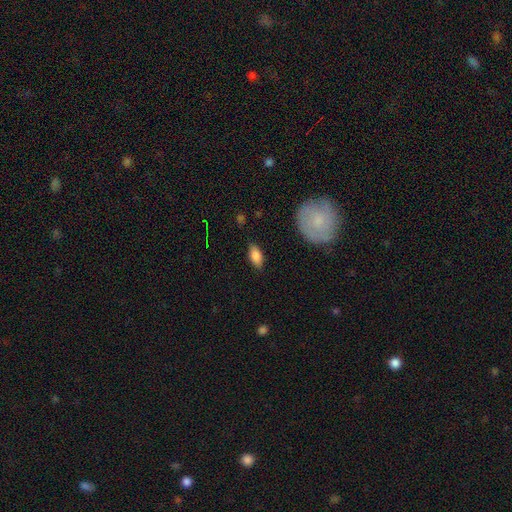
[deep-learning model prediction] Smooth or featured?
  - smooth: 81% *
  - featured or disk: 12%
  - star or artifact: 7%
How rounded?
  - in between: 88% *
  - cigar-shaped: 8%
  - round: 3%
Merging?
  - none: 85% *
  - minor disturbance: 11%
  - major disturbance: 3%
  - merger: 1%